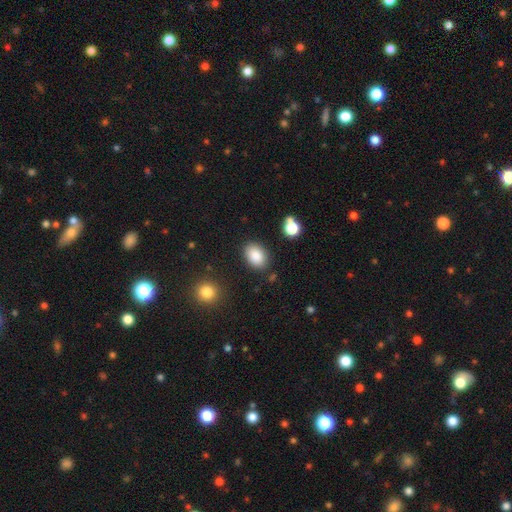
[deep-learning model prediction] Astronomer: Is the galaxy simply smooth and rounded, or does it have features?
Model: smooth — 87%.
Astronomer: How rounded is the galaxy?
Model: in between — 84%.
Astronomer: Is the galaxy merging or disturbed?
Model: none — 84%.